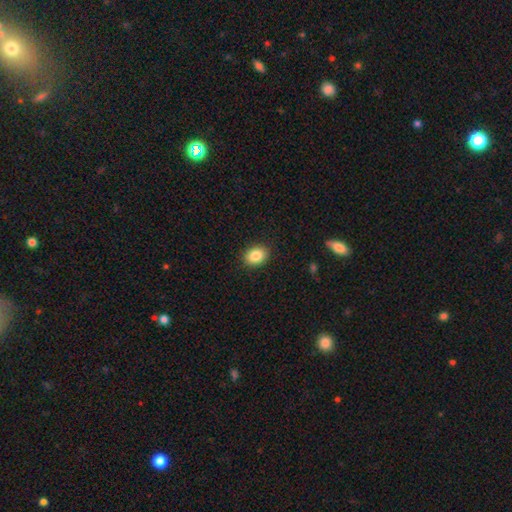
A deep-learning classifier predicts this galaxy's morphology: Q: Smooth or featured?
A: smooth (86%); runner-up: star or artifact (8%)
Q: How rounded?
A: in between (70%); runner-up: round (29%)
Q: Merging?
A: none (89%); runner-up: minor disturbance (8%)